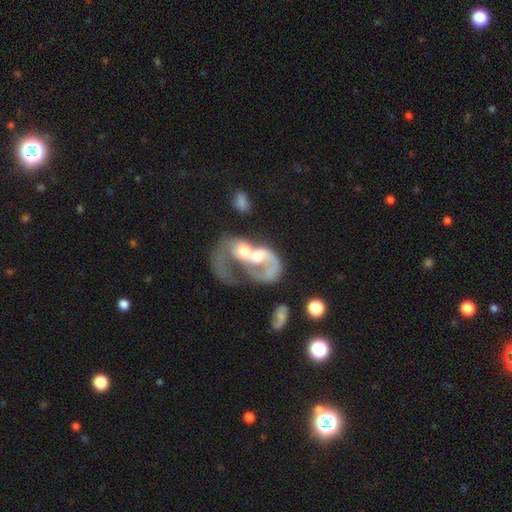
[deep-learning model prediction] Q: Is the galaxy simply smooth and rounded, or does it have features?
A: featured or disk — 71%.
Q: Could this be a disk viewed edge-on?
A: no — 97%.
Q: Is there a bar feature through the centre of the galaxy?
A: no — 72%.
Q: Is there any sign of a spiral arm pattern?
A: yes — 65%.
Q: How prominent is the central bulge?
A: moderate — 63%.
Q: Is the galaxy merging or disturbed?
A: merger — 76%.